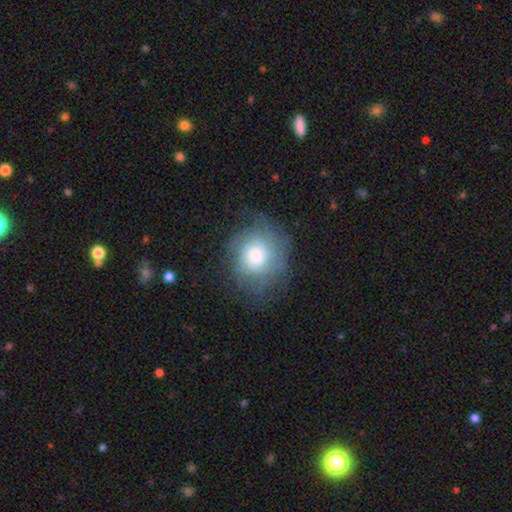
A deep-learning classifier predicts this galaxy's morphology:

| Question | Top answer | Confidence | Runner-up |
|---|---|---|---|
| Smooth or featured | featured or disk | 49% | smooth (42%) |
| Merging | none | 63% | minor disturbance (21%) |